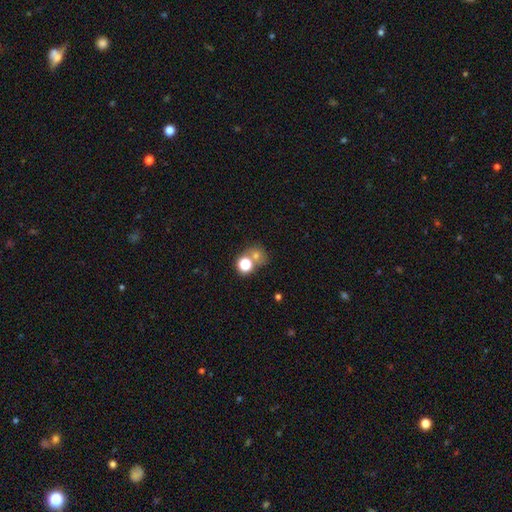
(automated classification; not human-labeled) Smooth or featured: smooth — 67% (star or artifact — 22%)
How rounded: round — 75% (in between — 24%)
Merging: none — 48% (merger — 38%)